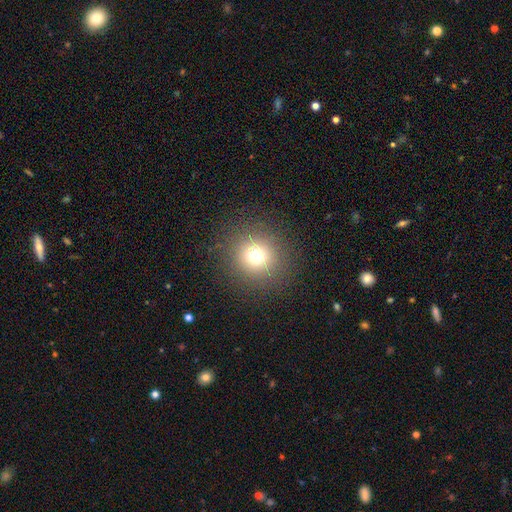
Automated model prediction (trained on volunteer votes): A smooth galaxy with no disk features (71%) that is round (94%). Merging: none (89%).